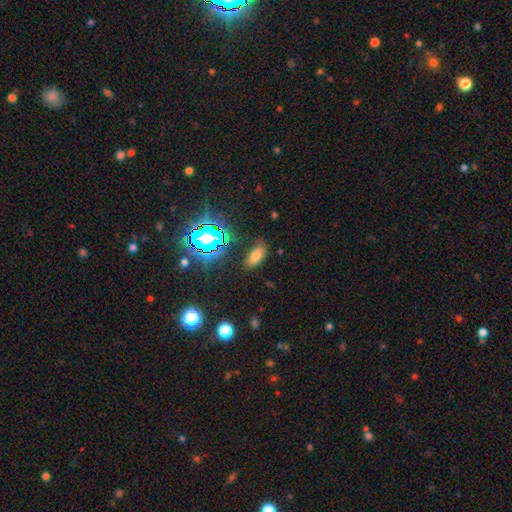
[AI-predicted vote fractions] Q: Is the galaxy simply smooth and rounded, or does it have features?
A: smooth — 65%.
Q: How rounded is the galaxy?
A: in between — 88%.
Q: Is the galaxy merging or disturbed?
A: none — 80%.